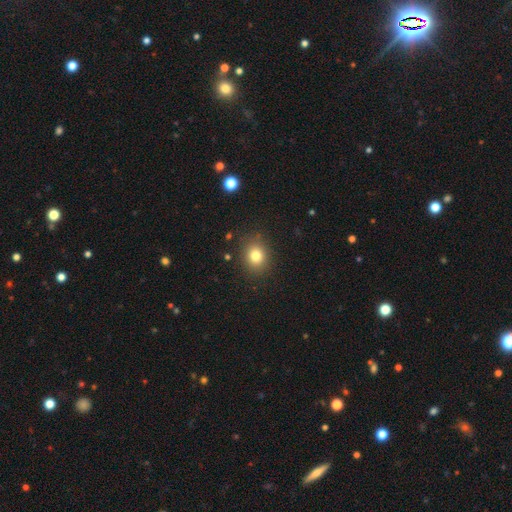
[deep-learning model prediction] A smooth galaxy with no disk features (80%) that is round (66%).

Vote fractions:
- Smooth or featured? smooth: 80% / star or artifact: 12% / featured or disk: 8%
- How rounded? round: 66% / in between: 33% / cigar-shaped: 1%
- Merging? none: 86% / minor disturbance: 9% / major disturbance: 3% / merger: 2%